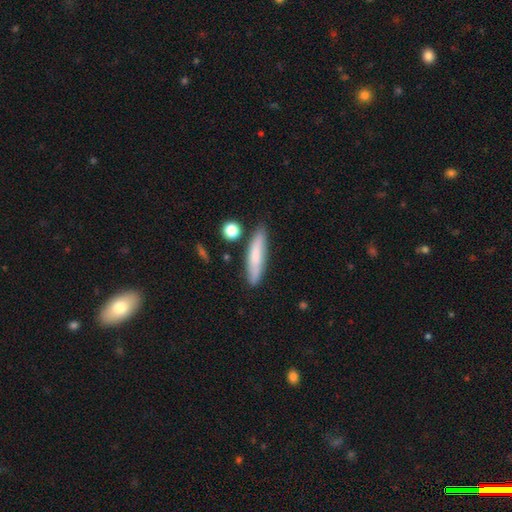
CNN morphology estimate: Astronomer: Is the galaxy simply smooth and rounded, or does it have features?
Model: smooth — 71%.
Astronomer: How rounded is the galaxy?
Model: cigar-shaped — 78%.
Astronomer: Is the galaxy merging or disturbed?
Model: none — 79%.